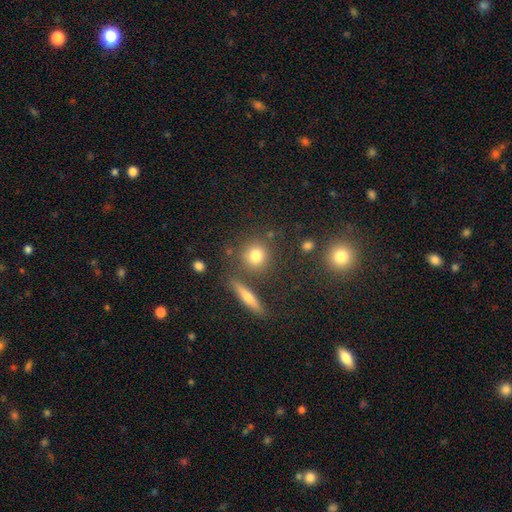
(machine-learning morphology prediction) smooth_or_featured: smooth (p=0.75) [alt: star or artifact p=0.13]
how_rounded: round (p=0.82) [alt: in between p=0.15]
merging: none (p=0.78) [alt: merger p=0.09]